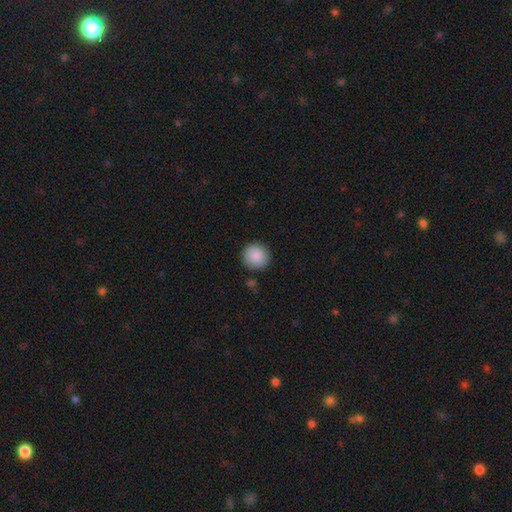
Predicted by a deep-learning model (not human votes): A smooth galaxy with no disk features (89%) that is round (93%). Merging: none (89%).